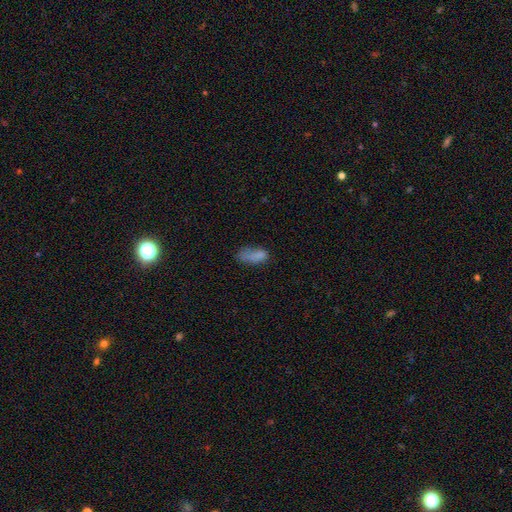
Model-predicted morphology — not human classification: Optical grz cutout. It shows a smooth galaxy with no disk features (76%) that is in between round and cigar-shaped (84%). Merging: none (36%).